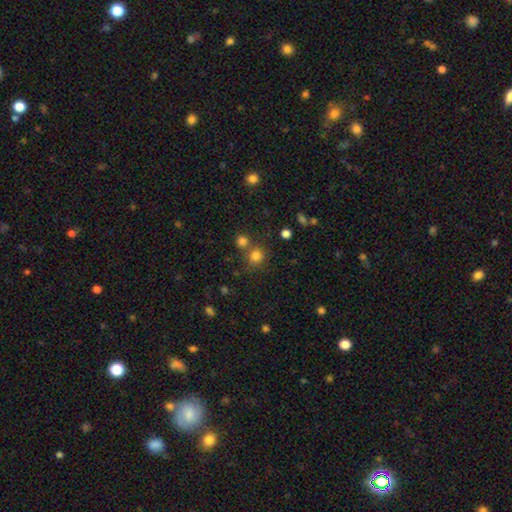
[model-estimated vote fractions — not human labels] Morphology: type=smooth (79%); roundness=round (89%); merging=none (64%).